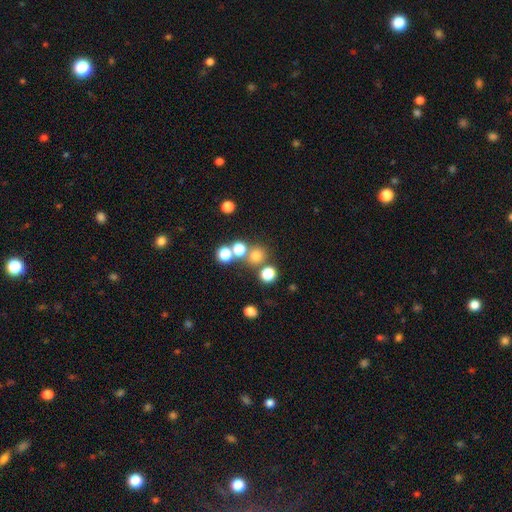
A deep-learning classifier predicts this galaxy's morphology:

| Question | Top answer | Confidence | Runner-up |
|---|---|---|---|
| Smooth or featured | smooth | 70% | star or artifact (21%) |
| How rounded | round | 89% | in between (10%) |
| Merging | none | 68% | merger (21%) |